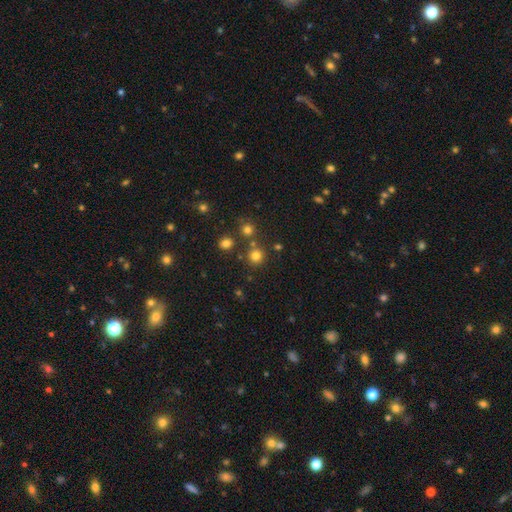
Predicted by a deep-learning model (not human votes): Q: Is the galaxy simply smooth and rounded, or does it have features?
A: smooth — 77%.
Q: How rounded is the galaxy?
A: round — 93%.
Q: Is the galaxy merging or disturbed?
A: none — 80%.